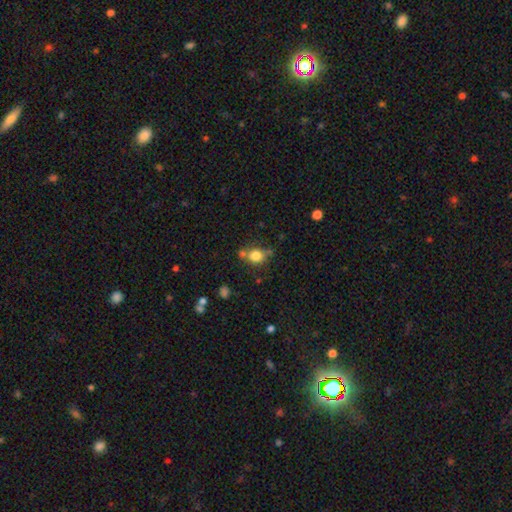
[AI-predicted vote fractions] Smooth or featured?
  - smooth: 80% *
  - star or artifact: 11%
  - featured or disk: 9%
How rounded?
  - round: 69% *
  - in between: 30%
  - cigar-shaped: 1%
Merging?
  - none: 58% *
  - merger: 19%
  - minor disturbance: 17%
  - major disturbance: 6%